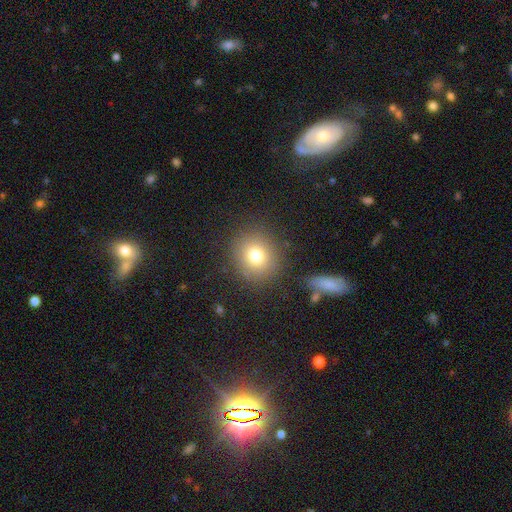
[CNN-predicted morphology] A smooth galaxy with no disk features (76%) that is round (87%).

Vote fractions:
- Smooth or featured? smooth: 76% / star or artifact: 13% / featured or disk: 10%
- How rounded? round: 87% / in between: 12% / cigar-shaped: 1%
- Merging? none: 86% / minor disturbance: 8% / major disturbance: 4% / merger: 2%